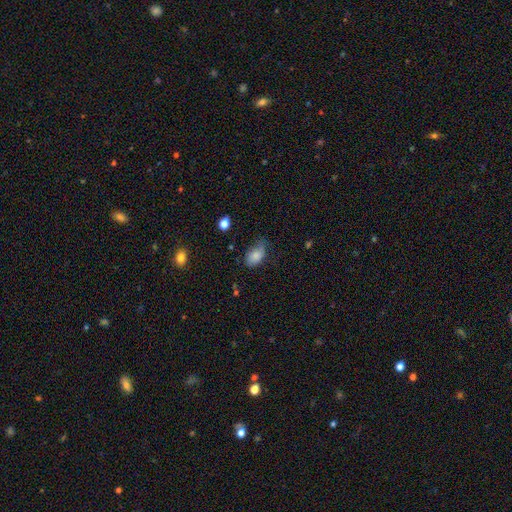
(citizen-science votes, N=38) Overall: smooth (84%). How rounded: in between (97%). Merging: none (67%; minor disturbance 31%).